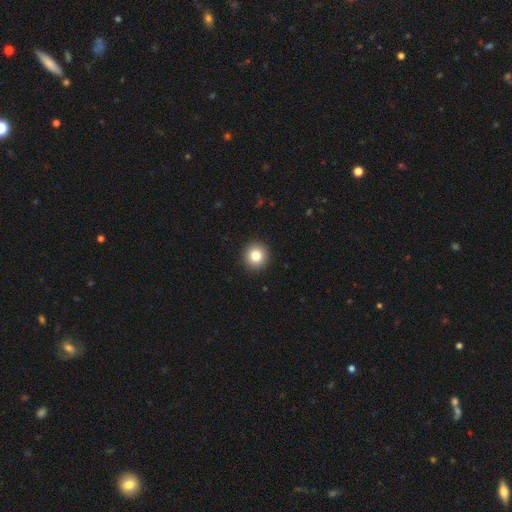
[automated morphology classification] Smooth or featured? smooth (83%)
How rounded? round (94%)
Merging? none (93%)